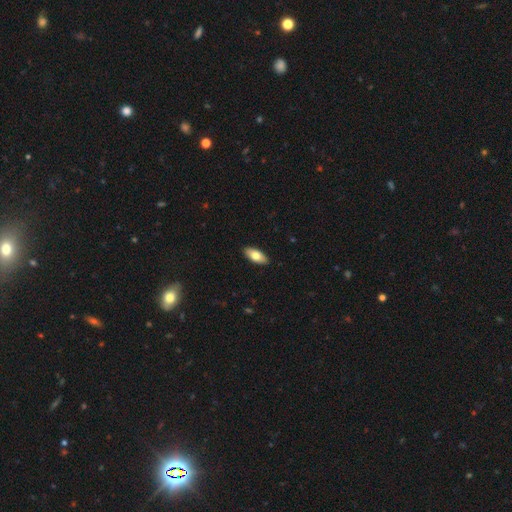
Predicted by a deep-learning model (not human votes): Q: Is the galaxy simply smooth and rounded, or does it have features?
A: smooth — 75%.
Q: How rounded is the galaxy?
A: in between — 87%.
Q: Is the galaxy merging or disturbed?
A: none — 90%.